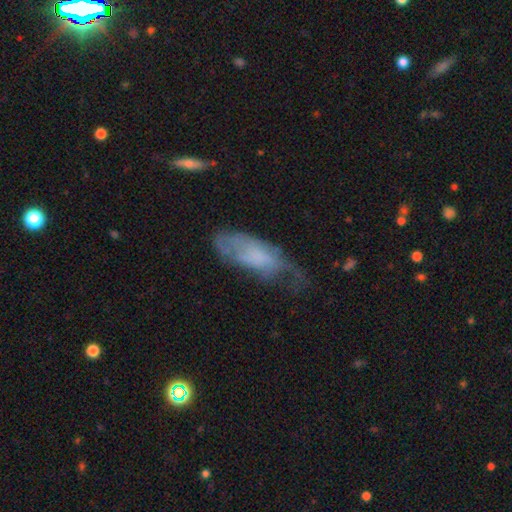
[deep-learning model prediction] smooth 50%, featured or disk 42%, star or artifact 8%. Down the decision tree: merging — minor disturbance (33%).